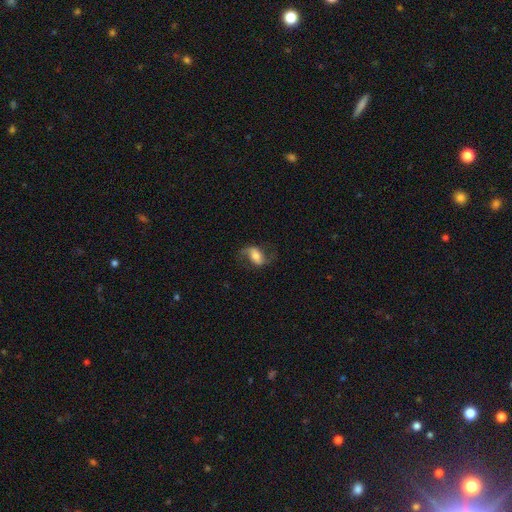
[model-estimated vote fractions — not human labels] Q: Smooth or featured?
A: featured or disk (61%); runner-up: smooth (31%)
Q: Edge-on disk?
A: no (94%); runner-up: yes (6%)
Q: Bar?
A: weak (38%); runner-up: no (36%)
Q: Spiral arms?
A: yes (89%); runner-up: no (11%)
Q: Spiral winding?
A: loose (67%); runner-up: medium (27%)
Q: Spiral arm count?
A: 2 (87%); runner-up: 1 (7%)
Q: Bulge size?
A: moderate (42%); runner-up: small (24%)
Q: Merging?
A: none (66%); runner-up: minor disturbance (18%)